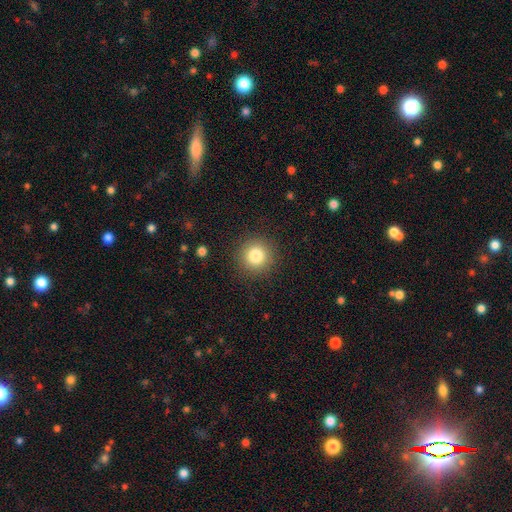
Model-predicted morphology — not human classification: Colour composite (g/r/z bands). It shows a smooth galaxy with no disk features (82%) that is round (95%). Merging: none (90%).